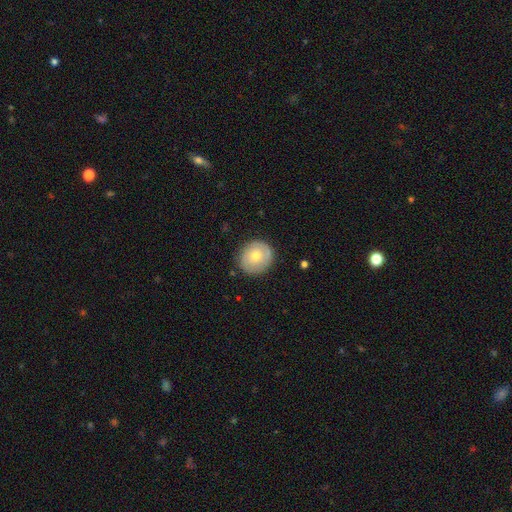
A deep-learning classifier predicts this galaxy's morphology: A smooth galaxy with no disk features (57%) that is round (86%). Merging: none (85%).